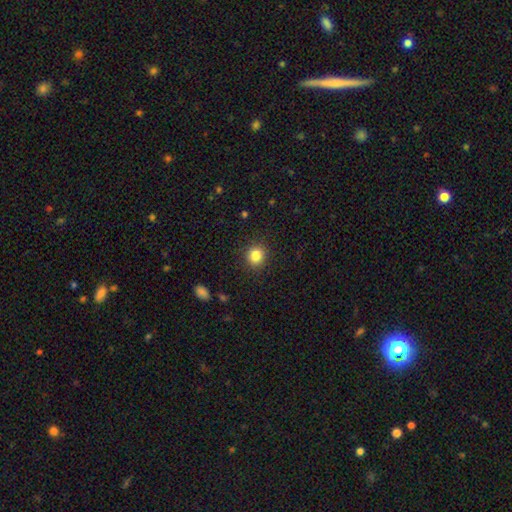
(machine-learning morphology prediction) Q: Smooth or featured?
A: smooth (85%); runner-up: star or artifact (11%)
Q: How rounded?
A: round (86%); runner-up: in between (13%)
Q: Merging?
A: none (90%); runner-up: minor disturbance (7%)